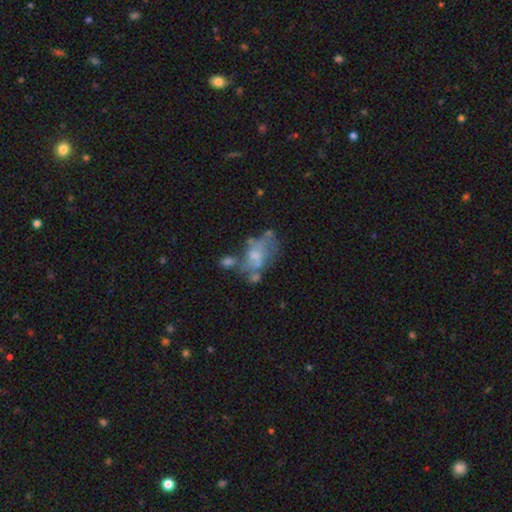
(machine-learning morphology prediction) This appears to be a featured or disk galaxy (51%). Merging: merger (29%).